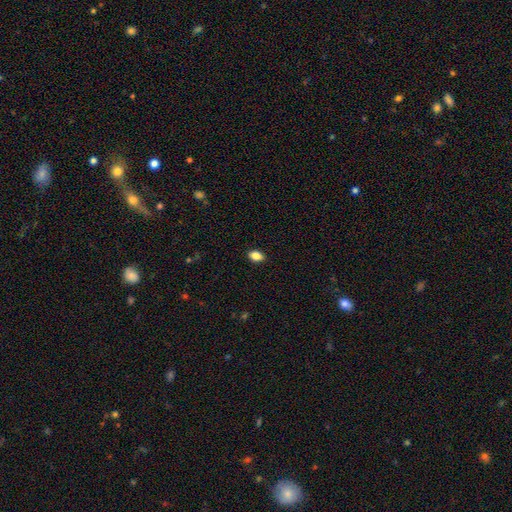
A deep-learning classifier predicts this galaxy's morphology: smooth 85%, star or artifact 9%, featured or disk 6%. Down the decision tree: how rounded — in between (82%); merging — none (88%).